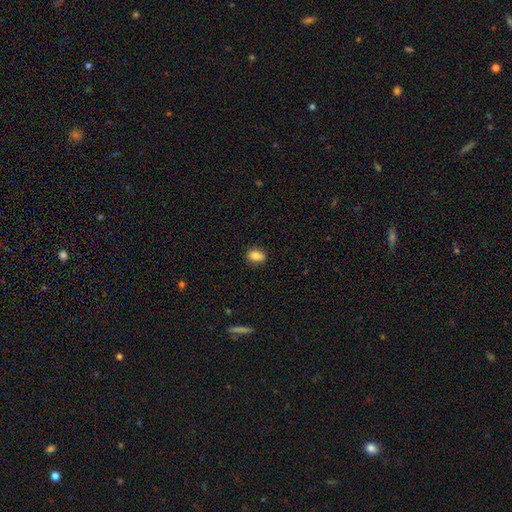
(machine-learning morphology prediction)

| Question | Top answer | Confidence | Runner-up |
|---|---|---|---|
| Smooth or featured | smooth | 84% | star or artifact (9%) |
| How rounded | in between | 76% | round (21%) |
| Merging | none | 85% | minor disturbance (12%) |